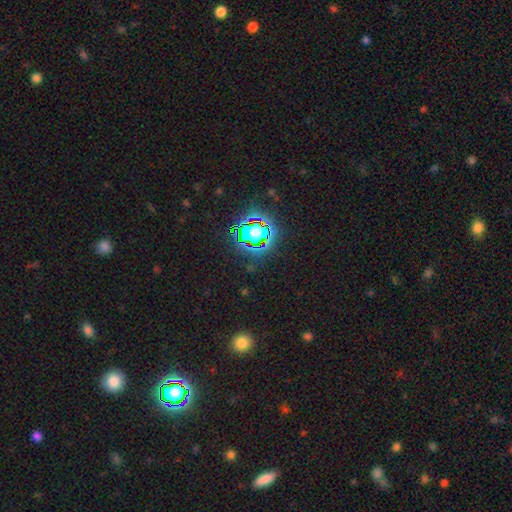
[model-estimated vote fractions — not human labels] Overall: star or artifact (81%).